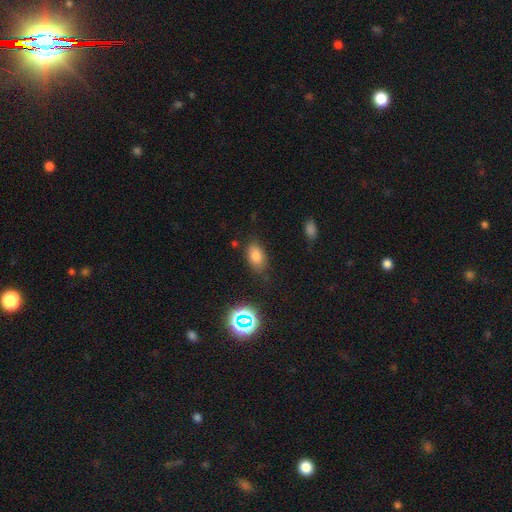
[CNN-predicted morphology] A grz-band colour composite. It shows a smooth galaxy with no disk features (78%) that is in between round and cigar-shaped (89%). Merging: none (74%).